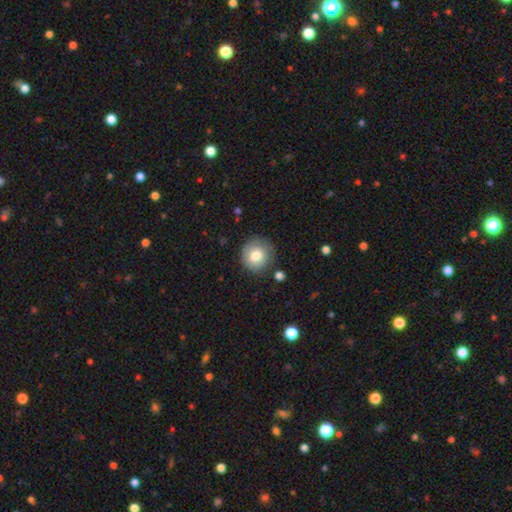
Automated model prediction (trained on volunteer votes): Overall: smooth (80%). How rounded: round (92%). Merging: none (81%).